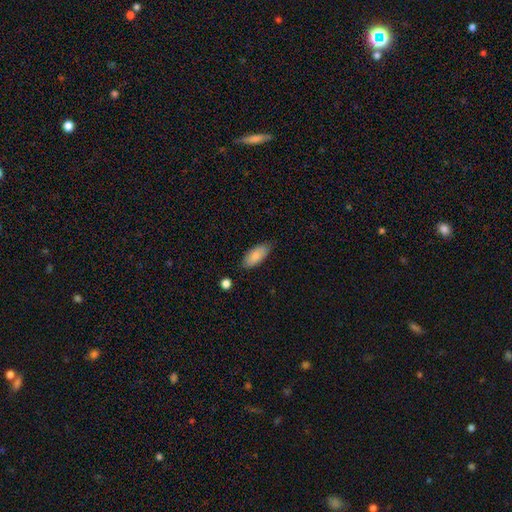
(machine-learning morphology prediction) Smooth or featured: smooth — 85% (featured or disk — 9%)
How rounded: in between — 88% (cigar-shaped — 10%)
Merging: none — 79% (minor disturbance — 17%)